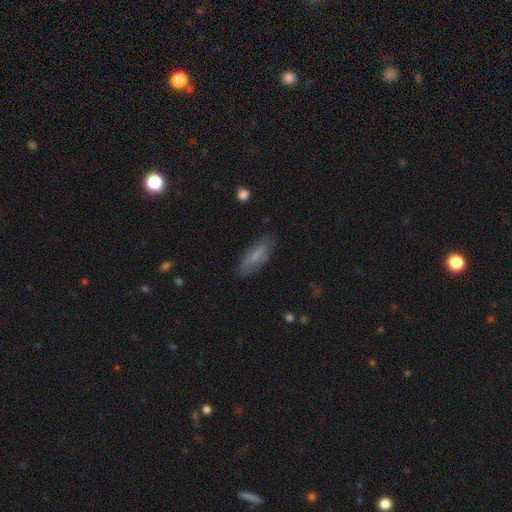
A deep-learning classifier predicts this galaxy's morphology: A smooth galaxy with no disk features (67%) that is in between round and cigar-shaped (64%). Merging: none (77%).